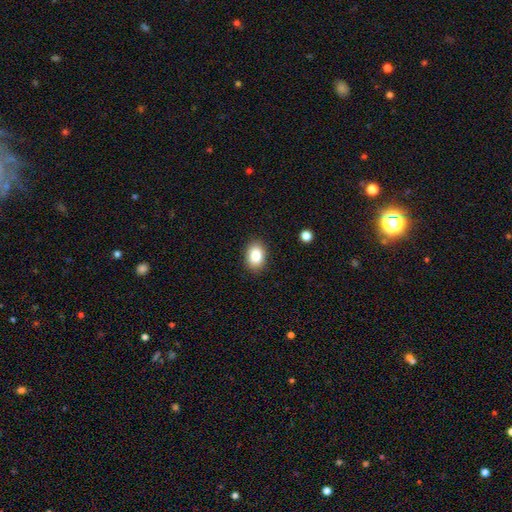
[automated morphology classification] type=smooth (85%); roundness=in between (78%); merging=none (88%).